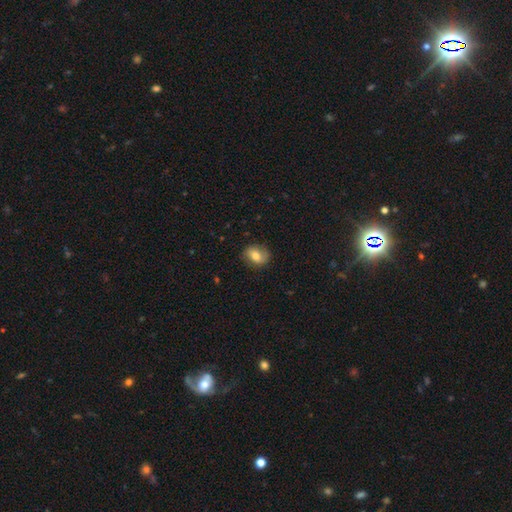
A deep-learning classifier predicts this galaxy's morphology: A smooth galaxy with no disk features (63%) that is in between round and cigar-shaped (56%).

Vote fractions:
- Smooth or featured? smooth: 63% / featured or disk: 29% / star or artifact: 8%
- How rounded? in between: 56% / round: 42% / cigar-shaped: 1%
- Merging? none: 78% / minor disturbance: 16% / major disturbance: 4% / merger: 1%